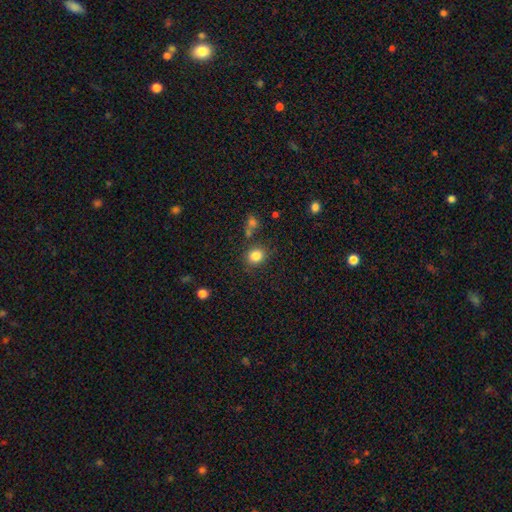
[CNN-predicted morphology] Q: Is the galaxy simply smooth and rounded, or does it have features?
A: smooth — 84%.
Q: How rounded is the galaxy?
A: round — 74%.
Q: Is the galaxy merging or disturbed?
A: none — 79%.